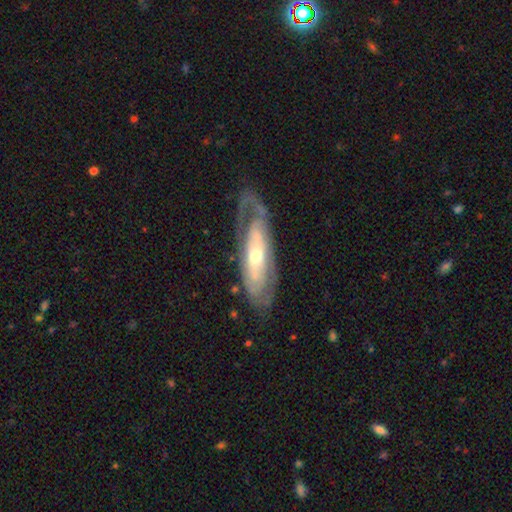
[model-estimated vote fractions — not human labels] Smooth or featured?
  - featured or disk: 79% *
  - smooth: 16%
  - star or artifact: 5%
Edge-on disk?
  - no: 81% *
  - yes: 19%
Bar?
  - no: 66% *
  - weak: 22%
  - strong: 12%
Spiral arms?
  - yes: 78% *
  - no: 22%
Bulge size?
  - moderate: 54% *
  - small: 38%
  - large: 5%
  - none: 1%
  - dominant: 1%
Merging?
  - none: 65% *
  - minor disturbance: 18%
  - major disturbance: 14%
  - merger: 2%